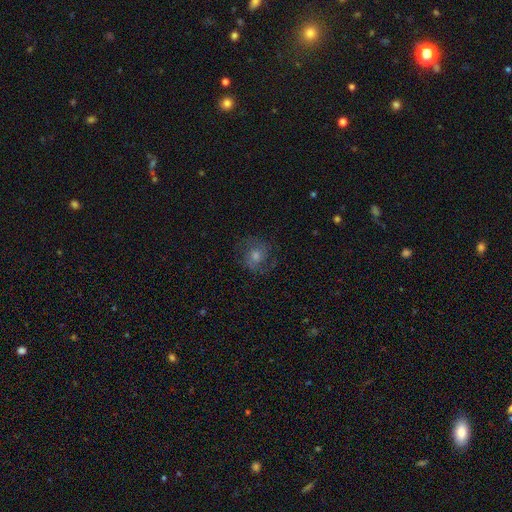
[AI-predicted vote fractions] Q: Smooth or featured?
A: featured or disk (64%); runner-up: smooth (20%)
Q: Edge-on disk?
A: no (97%); runner-up: yes (3%)
Q: Bar?
A: no (66%); runner-up: weak (29%)
Q: Spiral arms?
A: yes (92%); runner-up: no (8%)
Q: Spiral winding?
A: medium (50%); runner-up: tight (34%)
Q: Spiral arm count?
A: 2 (76%); runner-up: can't tell (12%)
Q: Bulge size?
A: moderate (57%); runner-up: small (27%)
Q: Merging?
A: none (78%); runner-up: minor disturbance (13%)